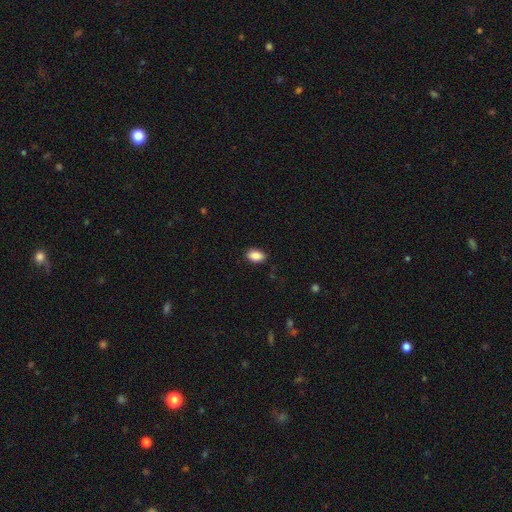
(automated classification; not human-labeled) Smooth or featured?
  - smooth: 88% *
  - star or artifact: 8%
  - featured or disk: 4%
How rounded?
  - in between: 89% *
  - round: 10%
  - cigar-shaped: 1%
Merging?
  - none: 86% *
  - minor disturbance: 11%
  - major disturbance: 2%
  - merger: 1%